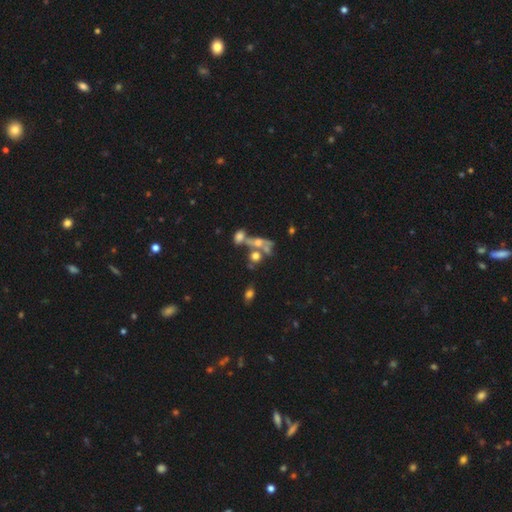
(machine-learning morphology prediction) smooth_or_featured: smooth (p=0.46) [alt: featured or disk p=0.34]
merging: merger (p=0.50) [alt: none p=0.26]